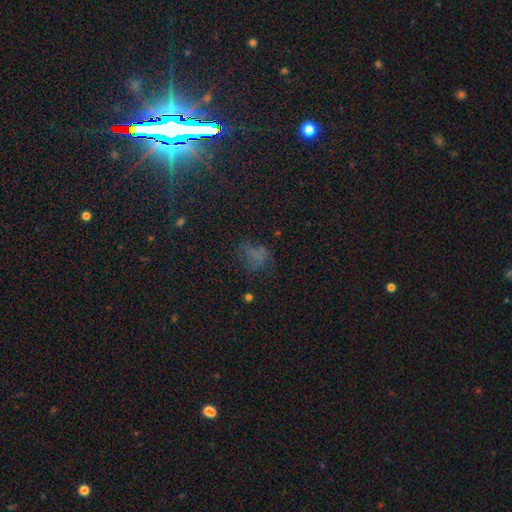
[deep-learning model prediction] smooth-or-featured: smooth: 43% | star or artifact: 36% | featured or disk: 20%
  merging: none: 50% | major disturbance: 24% | minor disturbance: 21% | merger: 5%